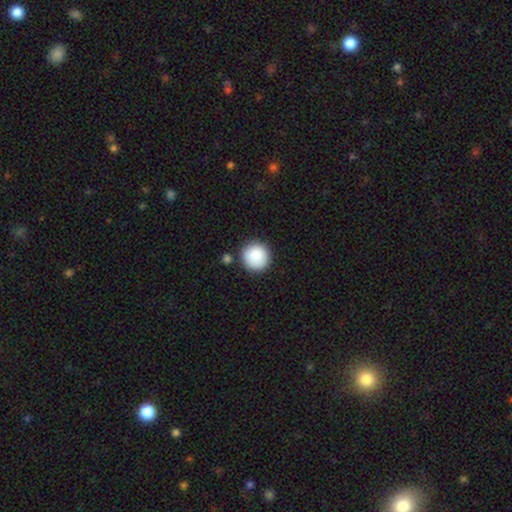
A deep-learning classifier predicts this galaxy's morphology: Smooth or featured?
  - smooth: 87% *
  - star or artifact: 8%
  - featured or disk: 6%
How rounded?
  - round: 94% *
  - in between: 5%
  - cigar-shaped: 1%
Merging?
  - none: 82% *
  - minor disturbance: 10%
  - merger: 5%
  - major disturbance: 3%